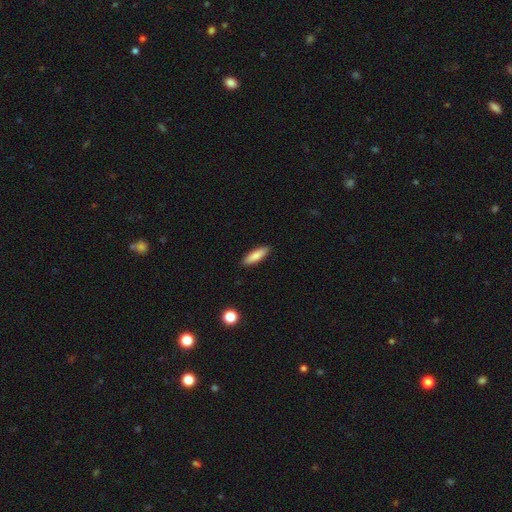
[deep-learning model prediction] Morphology: type=smooth (84%); roundness=cigar-shaped (53%); merging=none (89%).